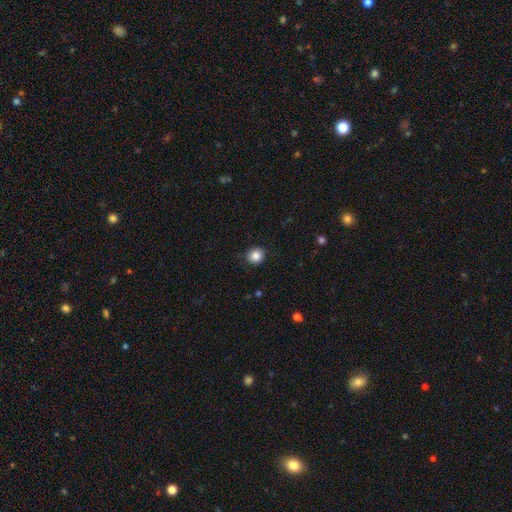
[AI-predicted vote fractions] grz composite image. It shows a smooth galaxy with no disk features (86%) that is round (89%). Merging: none (88%).